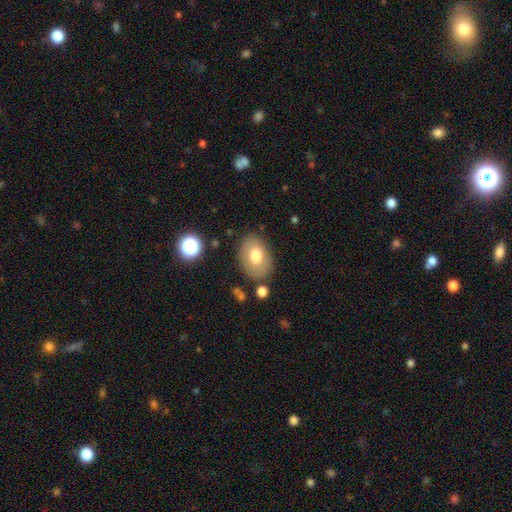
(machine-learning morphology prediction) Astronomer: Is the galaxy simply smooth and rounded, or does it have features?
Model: smooth — 73%.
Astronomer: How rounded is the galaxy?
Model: in between — 78%.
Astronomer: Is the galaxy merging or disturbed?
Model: none — 79%.